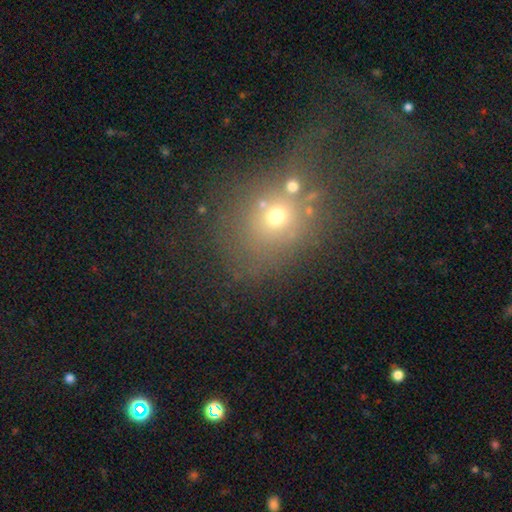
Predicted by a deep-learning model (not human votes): smooth 50%, star or artifact 27%, featured or disk 22%. Down the decision tree: how rounded — round (67%); merging — major disturbance (32%).